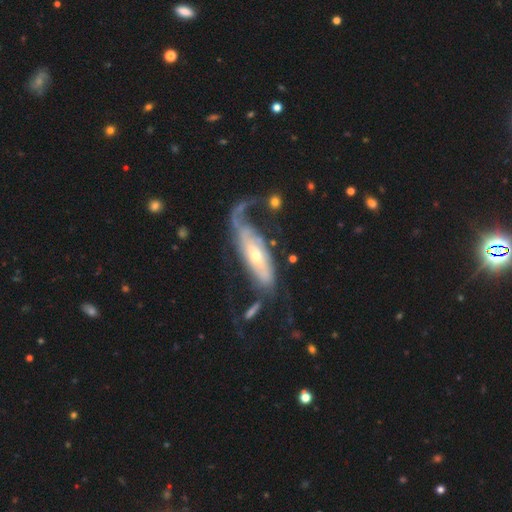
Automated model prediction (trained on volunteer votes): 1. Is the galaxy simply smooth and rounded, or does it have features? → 71% featured or disk, 23% smooth, 6% star or artifact.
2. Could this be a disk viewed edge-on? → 80% no, 20% yes.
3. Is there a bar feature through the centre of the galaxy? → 57% no, 28% weak, 15% strong.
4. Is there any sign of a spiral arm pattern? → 79% yes, 21% no.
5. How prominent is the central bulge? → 51% moderate, 42% small, 5% large, 2% none, 1% dominant.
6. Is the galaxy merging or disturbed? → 44% major disturbance, 29% none, 17% minor disturbance, 10% merger.